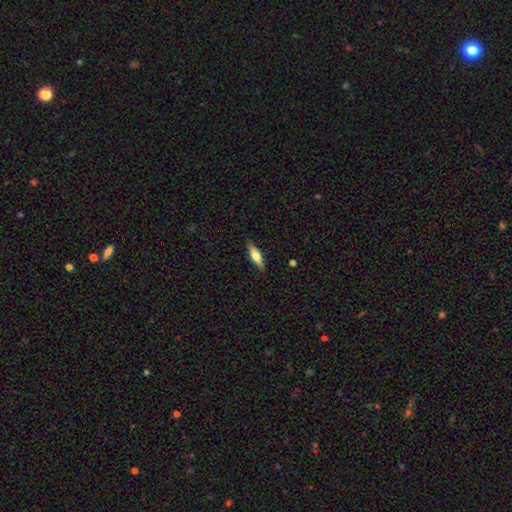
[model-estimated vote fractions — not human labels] smooth-or-featured: smooth: 54% | featured or disk: 40% | star or artifact: 6%
  how-rounded: cigar-shaped: 54% | in between: 43% | round: 3%
  merging: none: 86% | minor disturbance: 10% | major disturbance: 2% | merger: 1%